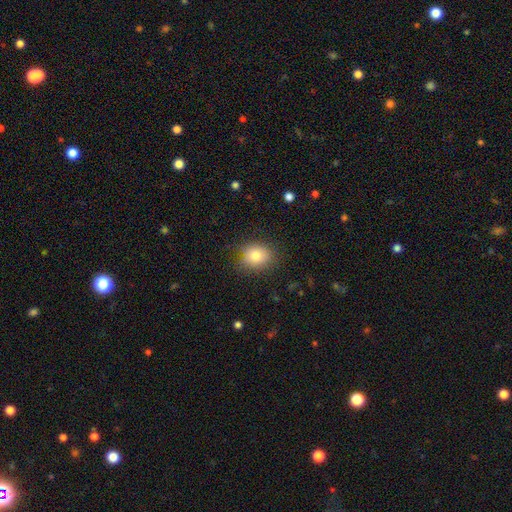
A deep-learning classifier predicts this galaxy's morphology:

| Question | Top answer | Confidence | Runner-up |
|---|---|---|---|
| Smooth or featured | smooth | 80% | star or artifact (10%) |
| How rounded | round | 60% | in between (39%) |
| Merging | none | 78% | minor disturbance (17%) |